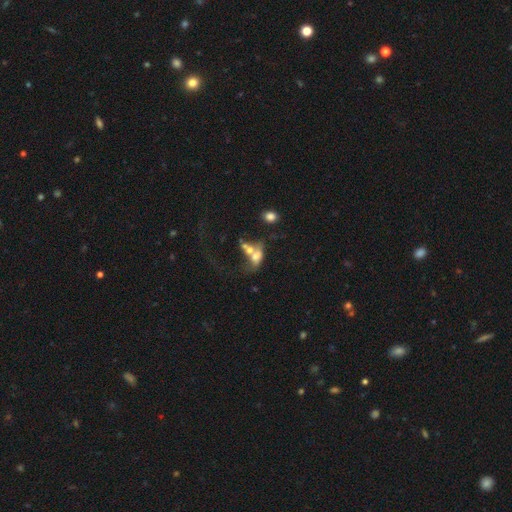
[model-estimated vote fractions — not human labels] Morphology: type=smooth (51%); roundness=in between (76%); merging=merger (57%).